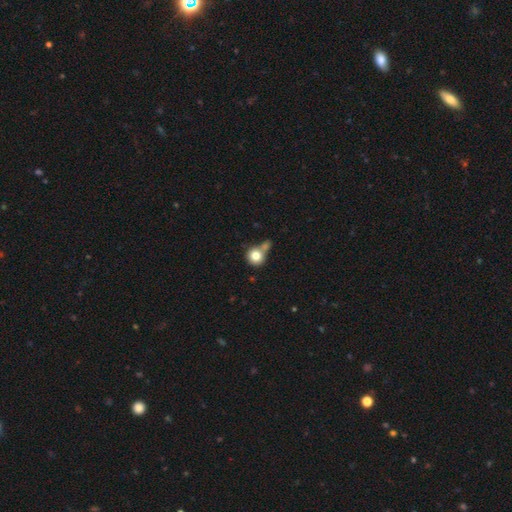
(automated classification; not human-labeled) smooth-or-featured: smooth: 80% | featured or disk: 11% | star or artifact: 10%
  how-rounded: round: 88% | in between: 11% | cigar-shaped: 1%
  merging: none: 49% | merger: 33% | minor disturbance: 12% | major disturbance: 6%